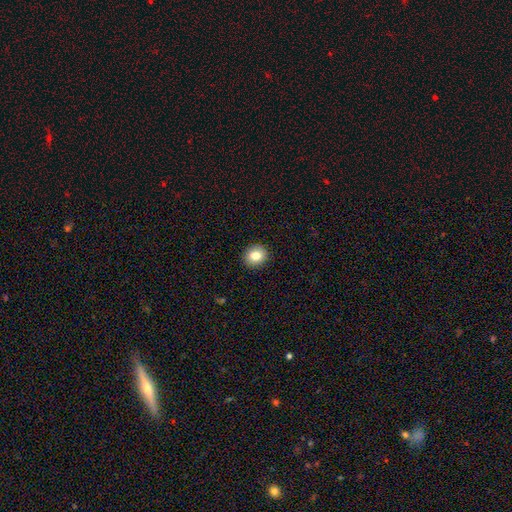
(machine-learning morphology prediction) Smooth or featured? Predicted: smooth (p=0.82). How rounded? Predicted: round (p=0.73). Merging? Predicted: none (p=0.91).